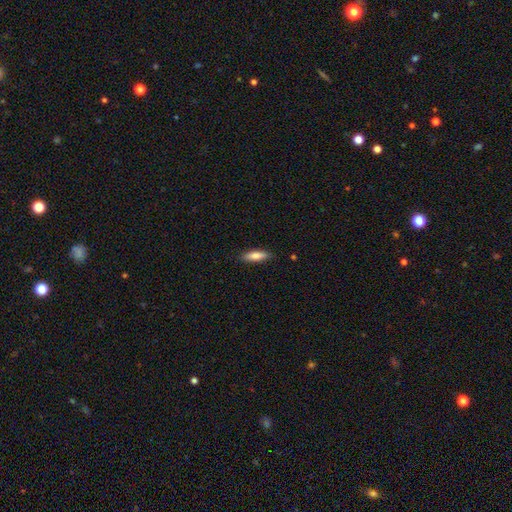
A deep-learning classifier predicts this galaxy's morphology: Smooth or featured: smooth — 75% (featured or disk — 19%)
How rounded: cigar-shaped — 58% (in between — 40%)
Merging: none — 88% (minor disturbance — 9%)